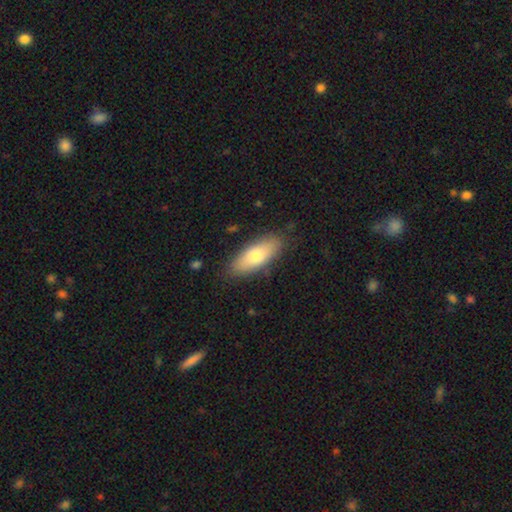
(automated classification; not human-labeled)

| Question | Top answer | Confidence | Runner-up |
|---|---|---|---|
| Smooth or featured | smooth | 73% | featured or disk (22%) |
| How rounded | in between | 73% | cigar-shaped (24%) |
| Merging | none | 86% | minor disturbance (11%) |